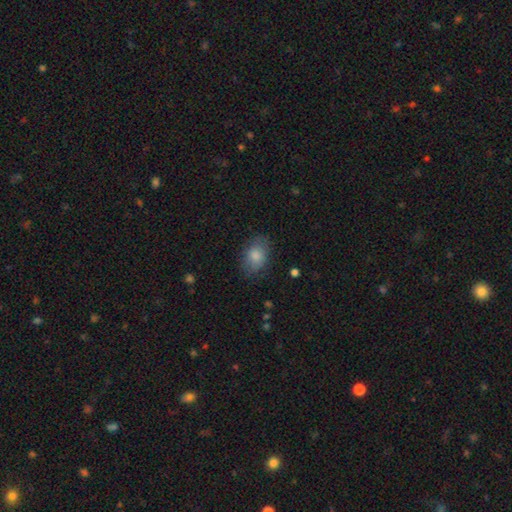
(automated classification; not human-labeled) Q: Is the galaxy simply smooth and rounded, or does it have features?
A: smooth — 83%.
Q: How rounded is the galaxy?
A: in between — 78%.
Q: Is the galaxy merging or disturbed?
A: none — 75%.